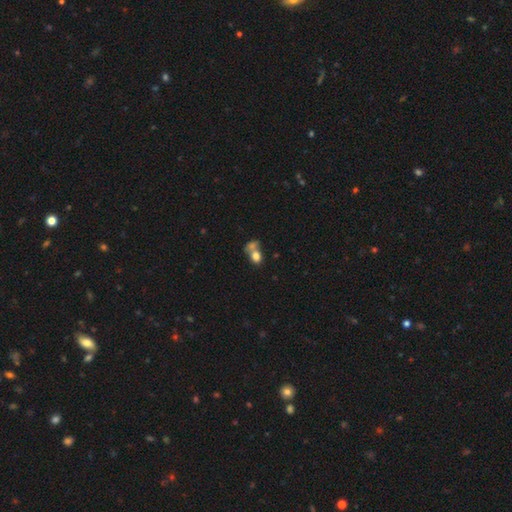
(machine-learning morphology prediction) Smooth or featured? smooth (76%)
How rounded? in between (53%)
Merging? merger (60%)